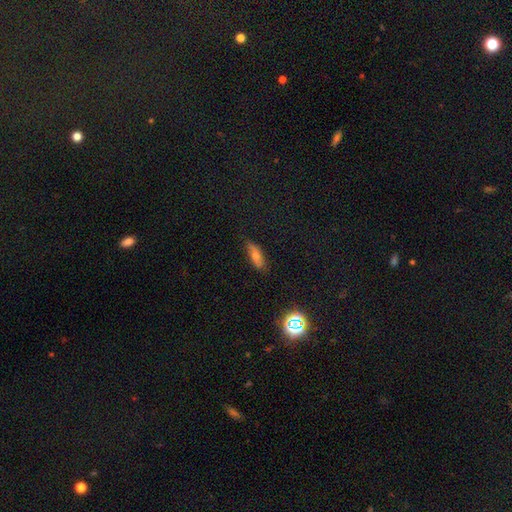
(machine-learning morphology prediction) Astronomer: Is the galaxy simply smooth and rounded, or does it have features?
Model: smooth — 62%.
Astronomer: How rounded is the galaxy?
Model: in between — 60% (runner-up: cigar-shaped, 36%).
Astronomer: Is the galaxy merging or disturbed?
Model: none — 79%.